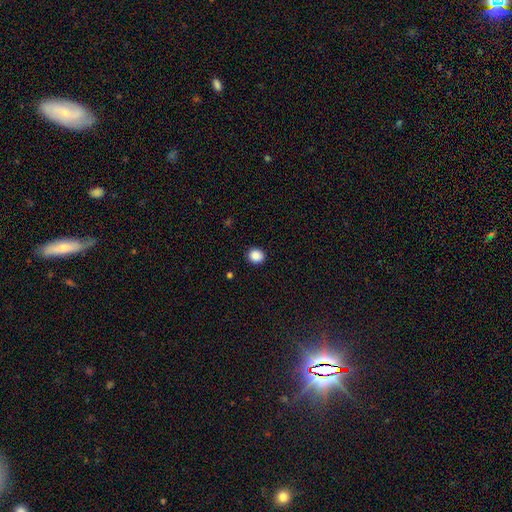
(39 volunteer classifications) smooth_or_featured: smooth (p=0.95) [alt: star or artifact p=0.05]
how_rounded: round (p=0.95) [alt: in between p=0.05]
merging: none (p=0.84) [alt: minor disturbance p=0.14]